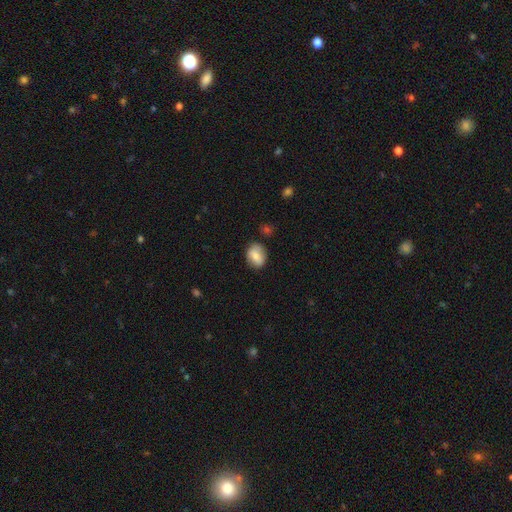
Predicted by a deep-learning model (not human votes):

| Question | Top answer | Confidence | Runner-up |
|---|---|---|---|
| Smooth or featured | smooth | 72% | featured or disk (21%) |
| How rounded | in between | 56% | round (42%) |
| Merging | none | 77% | minor disturbance (17%) |